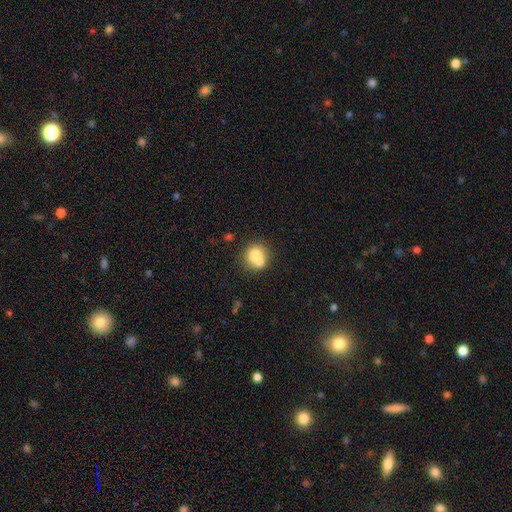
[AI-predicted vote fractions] This appears to be a smooth galaxy with no disk features (73%) that is round (84%). Merging: none (50%).